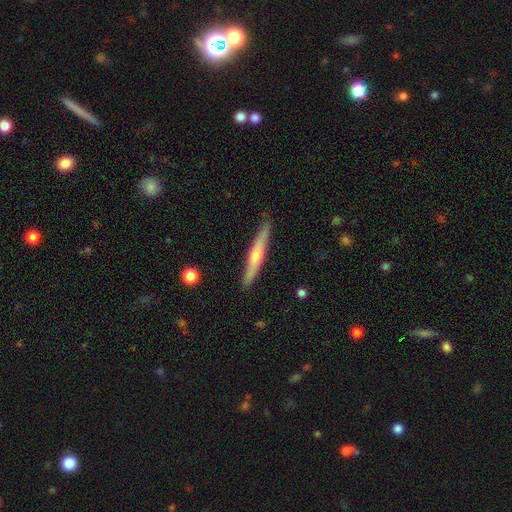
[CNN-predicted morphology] The model was most divided on "smooth or featured": featured or disk: 64%, smooth: 29%, star or artifact: 7%. More confident: edge-on disk — yes (97%); merging — none (89%); edge-on bulge — rounded (81%).